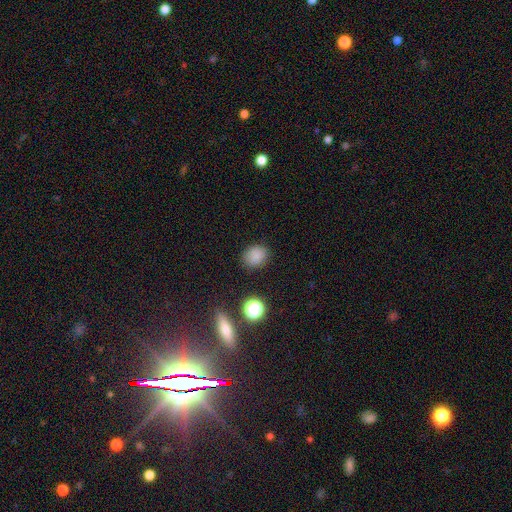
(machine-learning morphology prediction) This appears to be a smooth galaxy with no disk features (83%) that is round (51%). Merging: none (84%).